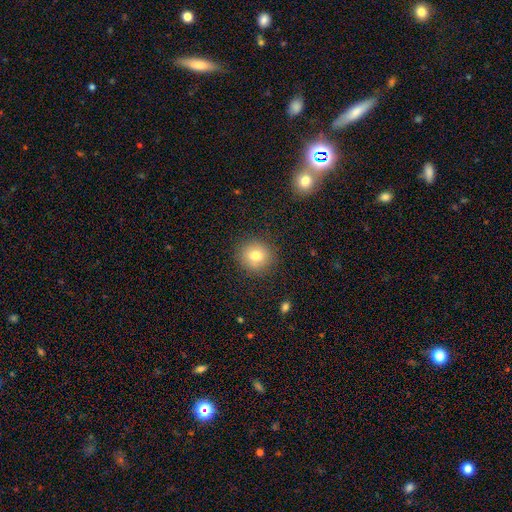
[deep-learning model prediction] Overall: smooth (77%). How rounded: round (91%). Merging: none (89%).